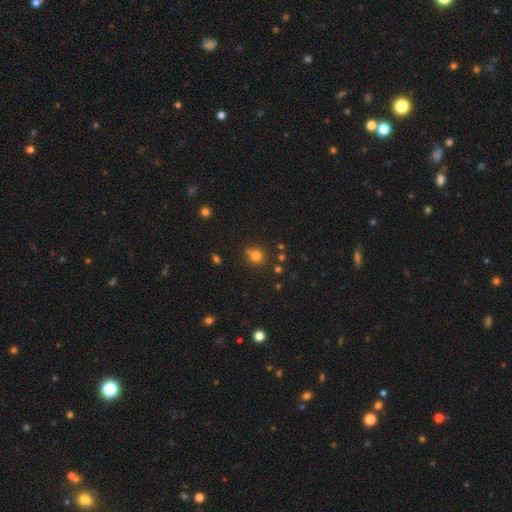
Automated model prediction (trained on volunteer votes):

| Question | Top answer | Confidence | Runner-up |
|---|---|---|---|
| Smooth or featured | smooth | 77% | star or artifact (16%) |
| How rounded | round | 85% | in between (14%) |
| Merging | none | 73% | minor disturbance (14%) |